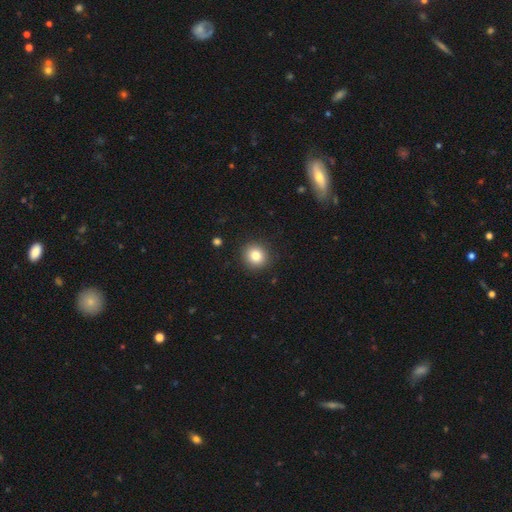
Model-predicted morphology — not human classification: smooth_or_featured: smooth (p=0.83) [alt: star or artifact p=0.10]
how_rounded: round (p=0.89) [alt: in between p=0.10]
merging: none (p=0.91) [alt: minor disturbance p=0.06]